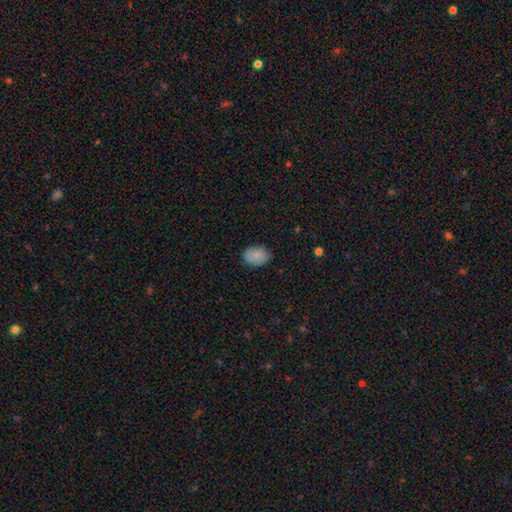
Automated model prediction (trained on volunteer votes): Smooth or featured? smooth (86%)
How rounded? in between (74%)
Merging? none (82%)